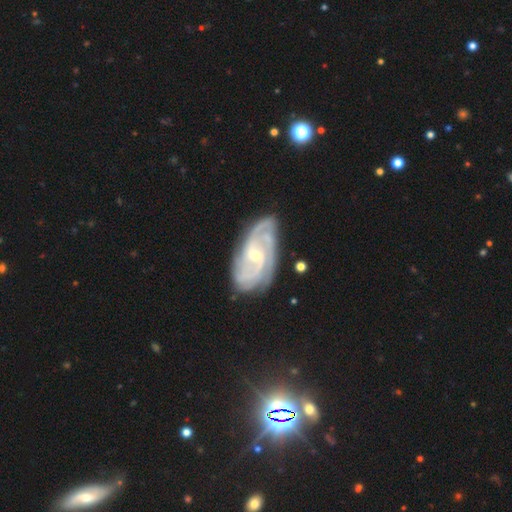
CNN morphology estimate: smooth-or-featured: featured or disk: 88% | smooth: 7% | star or artifact: 6%
  disk-edge-on: no: 96% | yes: 4%
    bar: no: 49% | weak: 40% | strong: 11%
    has-spiral-arms: yes: 97% | no: 3%
      spiral-winding: tight: 55% | medium: 36% | loose: 9%
      spiral-arm-count: 3: 31% | can't tell: 21% | 2: 20% | 4: 16% | more than 4: 6% | 1: 6%
    bulge-size: small: 63% | moderate: 34% | none: 1% | large: 1% | dominant: 1%
  merging: none: 73% | minor disturbance: 19% | major disturbance: 6% | merger: 2%